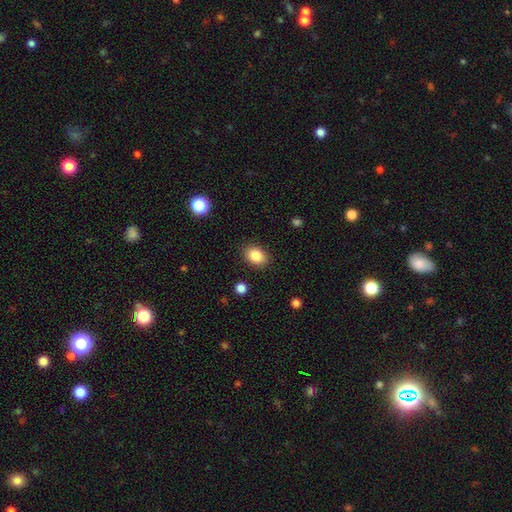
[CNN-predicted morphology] A smooth galaxy with no disk features (86%) that is in between round and cigar-shaped (69%). Merging: none (88%).